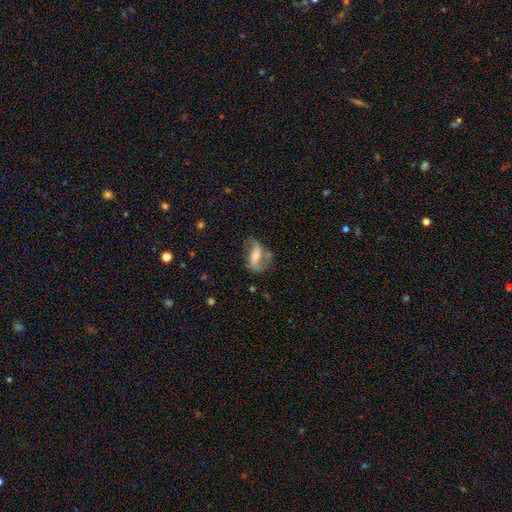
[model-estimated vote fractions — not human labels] A featured or disk galaxy (72%) with a strong bar (40%), 2 (82%) loose (50%) spiral arms (86%) and a small central bulge (42%).

Vote fractions:
- Smooth or featured? featured or disk: 72% / smooth: 20% / star or artifact: 8%
- Edge-on disk? no: 94% / yes: 6%
- Bar? strong: 40% / weak: 36% / no: 24%
- Spiral arms? yes: 86% / no: 14%
- Spiral winding? loose: 50% / medium: 36% / tight: 14%
- Spiral arm count? 2: 82% / 1: 8% / can't tell: 7% / 3: 1% / 4: 1% / more than 4: 1%
- Bulge size? small: 42% / moderate: 41% / none: 9% / large: 6% / dominant: 2%
- Merging? none: 54% / minor disturbance: 22% / major disturbance: 19% / merger: 5%